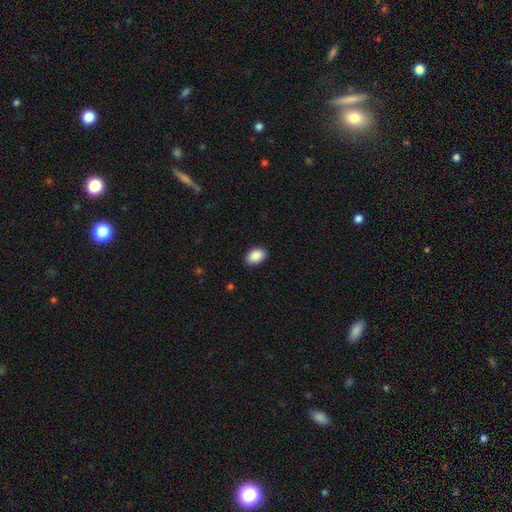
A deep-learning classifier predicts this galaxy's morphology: Smooth or featured? Predicted: smooth (p=0.90). How rounded? Predicted: in between (p=0.88). Merging? Predicted: none (p=0.89).